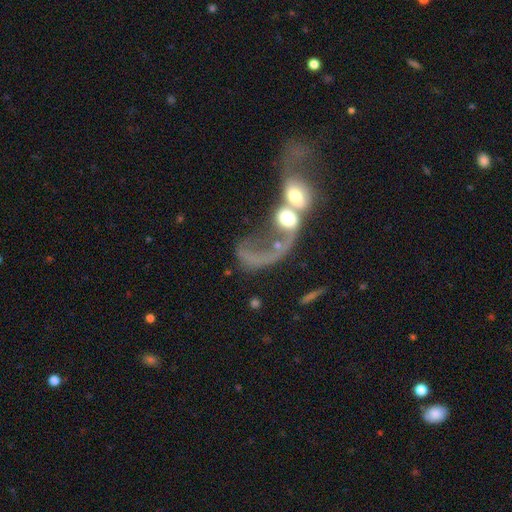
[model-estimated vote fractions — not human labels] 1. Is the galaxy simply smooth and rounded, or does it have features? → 61% featured or disk, 27% smooth, 13% star or artifact.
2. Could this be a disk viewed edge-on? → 94% no, 6% yes.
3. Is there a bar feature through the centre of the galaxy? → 70% no, 21% weak, 9% strong.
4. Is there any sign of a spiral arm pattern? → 65% yes, 35% no.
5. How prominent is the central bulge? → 50% moderate, 20% small, 16% large, 9% none, 5% dominant.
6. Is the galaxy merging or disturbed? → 74% merger, 15% major disturbance, 7% none, 4% minor disturbance.